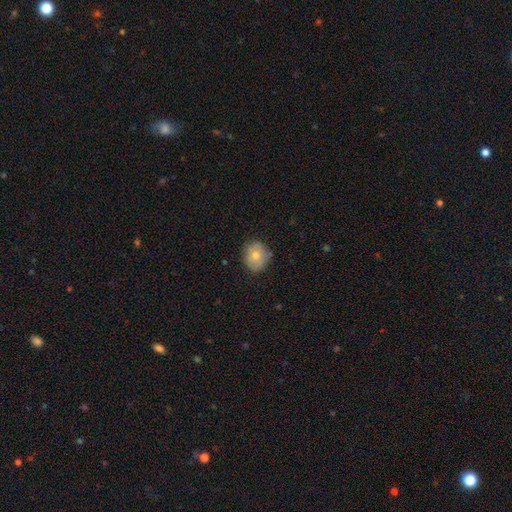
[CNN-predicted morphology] The model was most divided on "how rounded": round: 67%, in between: 32%, cigar-shaped: 1%. More confident: merging — none (73%); smooth or featured — smooth (68%).